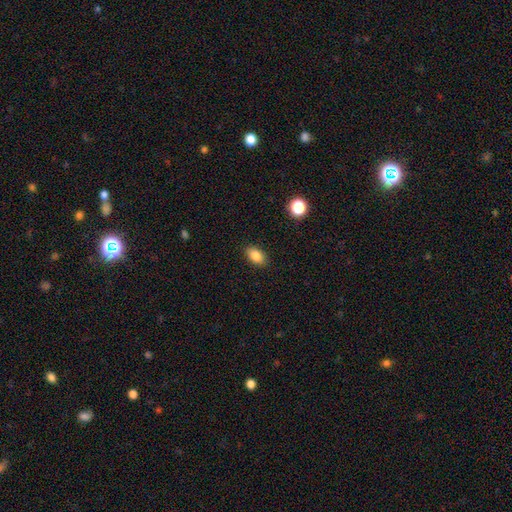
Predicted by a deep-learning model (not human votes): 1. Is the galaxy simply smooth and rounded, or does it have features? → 84% smooth, 9% star or artifact, 6% featured or disk.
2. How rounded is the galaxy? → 89% in between, 9% round, 2% cigar-shaped.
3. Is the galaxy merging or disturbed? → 89% none, 8% minor disturbance, 2% major disturbance, 1% merger.